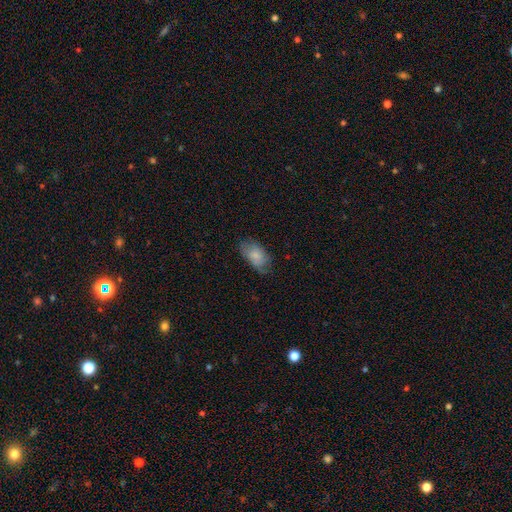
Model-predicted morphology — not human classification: Overall: smooth (75%). How rounded: in between (93%). Merging: none (61%; minor disturbance 28%).